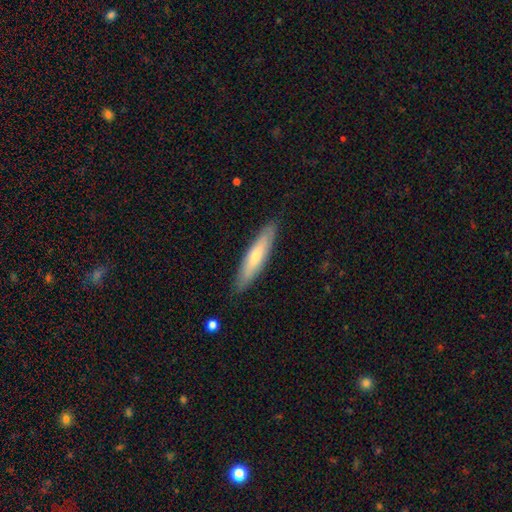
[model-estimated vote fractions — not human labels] smooth_or_featured: smooth (p=0.60) [alt: featured or disk p=0.34]
how_rounded: cigar-shaped (p=0.84) [alt: in between p=0.15]
merging: none (p=0.88) [alt: minor disturbance p=0.09]